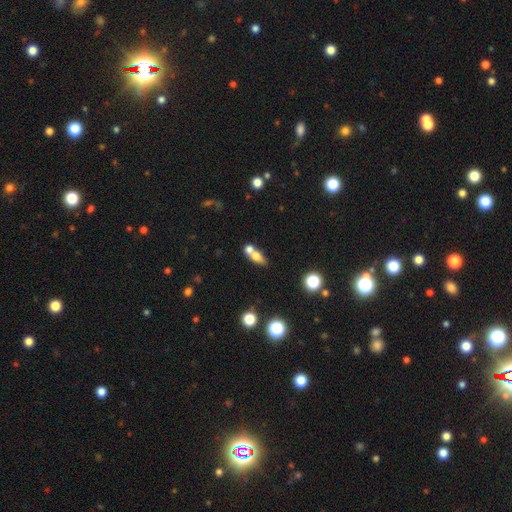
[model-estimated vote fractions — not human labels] A smooth galaxy with no disk features (67%) that is in between round and cigar-shaped (65%). Merging: merger (54%).